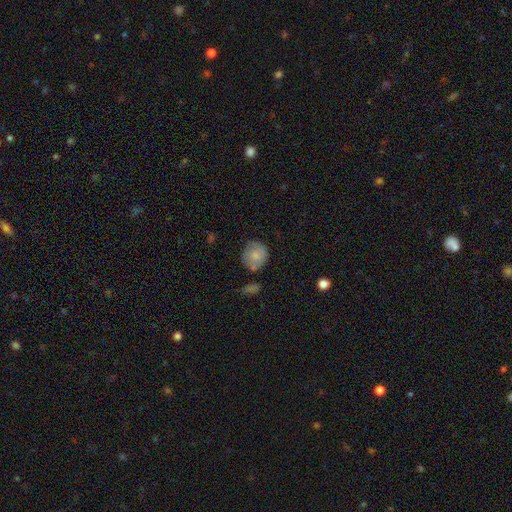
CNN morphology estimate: Smooth or featured? smooth (74%)
How rounded? round (83%)
Merging? none (65%)